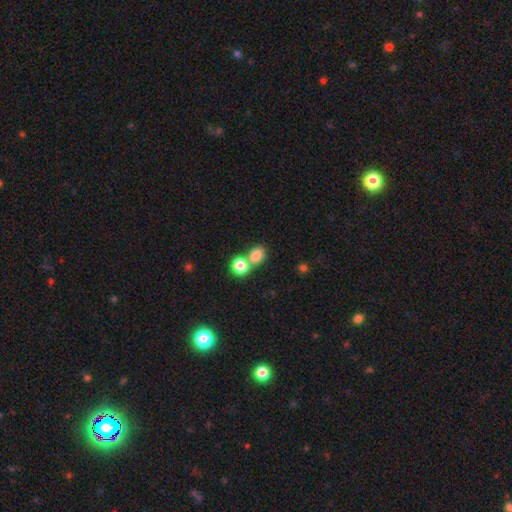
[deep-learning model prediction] smooth 80%, star or artifact 13%, featured or disk 7%. Down the decision tree: how rounded — in between (52%); merging — none (48%).